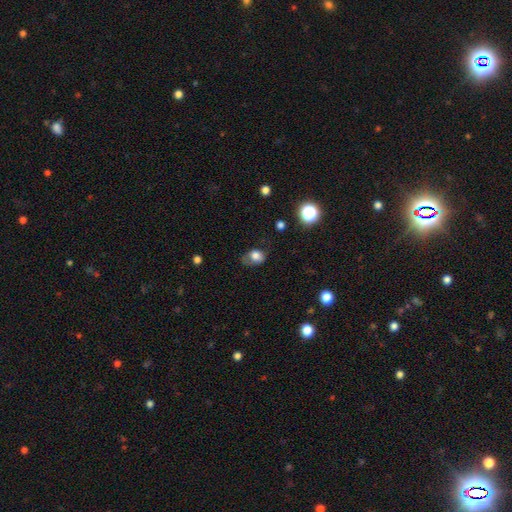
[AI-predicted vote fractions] Smooth or featured: smooth — 75% (featured or disk — 14%)
How rounded: in between — 62% (round — 37%)
Merging: none — 44% (minor disturbance — 33%)